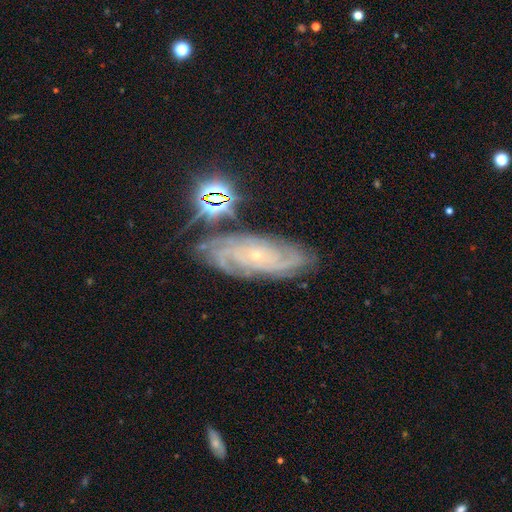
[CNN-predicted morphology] The model was most divided on "spiral arm count": can't tell: 26%, 4: 23%, 3: 21%, 2: 15%, more than 4: 10%, 1: 6%. More confident: spiral arms — yes (97%); edge-on disk — no (92%); bulge size — small (84%); smooth or featured — featured or disk (83%); merging — none (77%); bar — no (74%); spiral winding — tight (74%).